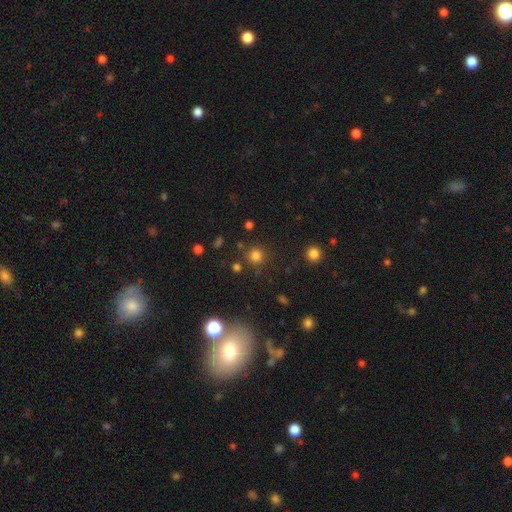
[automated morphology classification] Smooth or featured: smooth — 76% (star or artifact — 18%)
How rounded: round — 93% (in between — 6%)
Merging: none — 83% (minor disturbance — 8%)